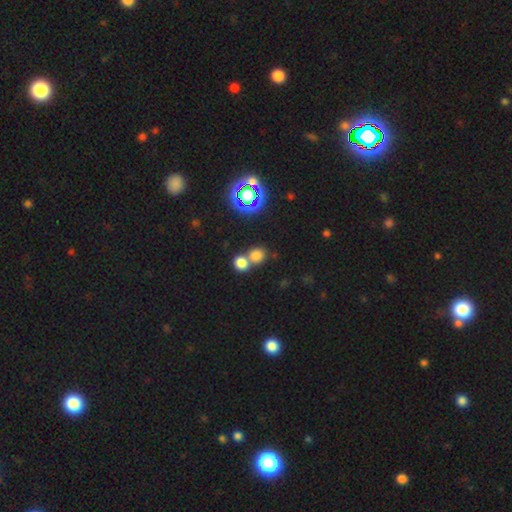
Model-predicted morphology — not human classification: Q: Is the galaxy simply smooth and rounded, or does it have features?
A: smooth — 73%.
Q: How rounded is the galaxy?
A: round — 78%.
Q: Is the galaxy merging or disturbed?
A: merger — 48%.